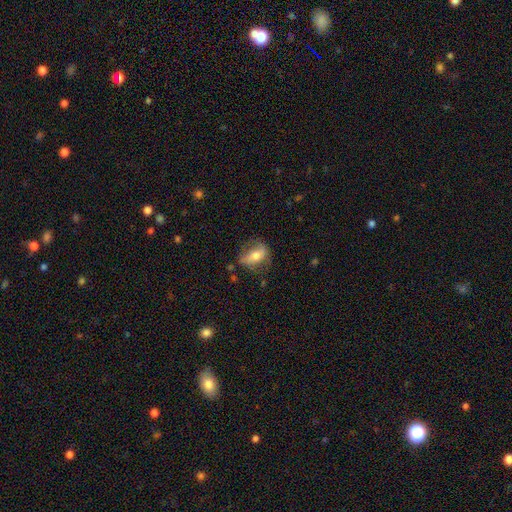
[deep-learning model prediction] A smooth galaxy with no disk features (51%) that is in between round and cigar-shaped (75%). Merging: none (60%).